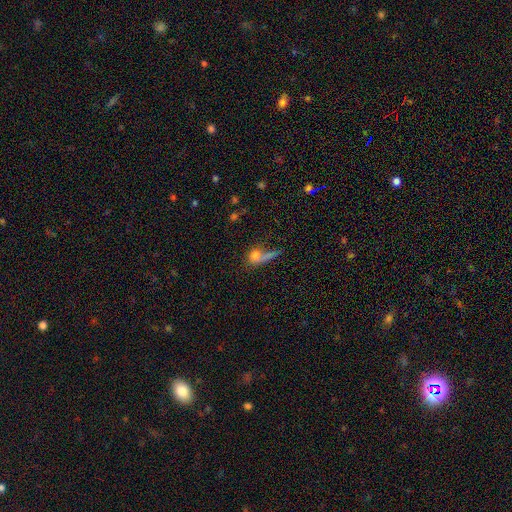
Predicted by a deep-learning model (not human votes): Smooth or featured: smooth — 65% (featured or disk — 21%)
How rounded: round — 53% (in between — 37%)
Merging: none — 32% (major disturbance — 30%)